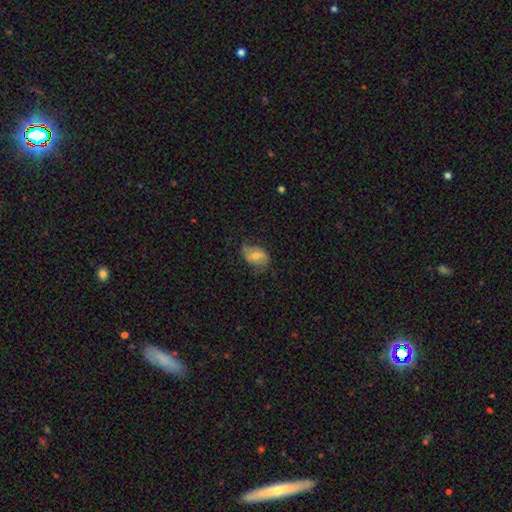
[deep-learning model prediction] Smooth or featured: featured or disk — 47% (smooth — 43%)
Merging: none — 67% (minor disturbance — 23%)